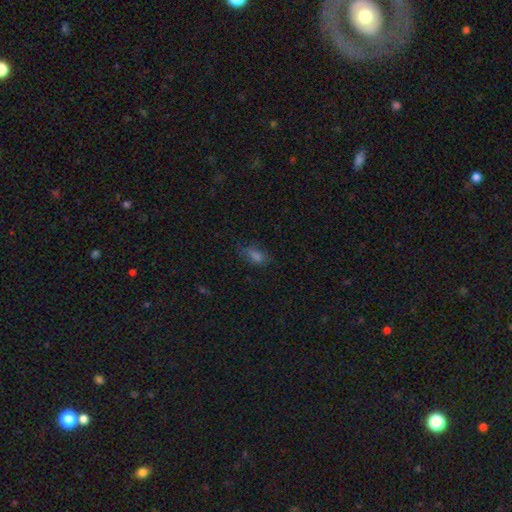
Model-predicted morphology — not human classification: Smooth or featured?
  - smooth: 65% *
  - star or artifact: 24%
  - featured or disk: 11%
How rounded?
  - in between: 79% *
  - cigar-shaped: 12%
  - round: 9%
Merging?
  - none: 68% *
  - minor disturbance: 21%
  - major disturbance: 8%
  - merger: 2%